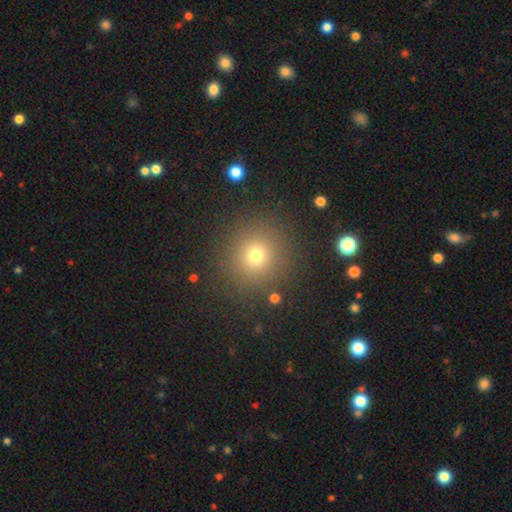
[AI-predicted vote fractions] Overall: smooth (72%). How rounded: round (92%). Merging: none (88%).